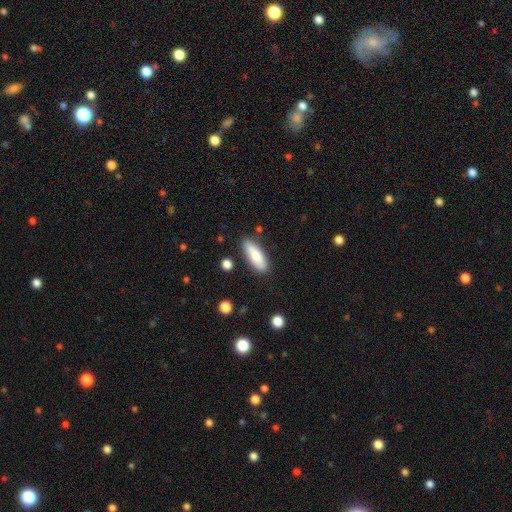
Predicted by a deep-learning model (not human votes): Overall: smooth (81%). How rounded: in between (62%; cigar-shaped 36%). Merging: none (83%).